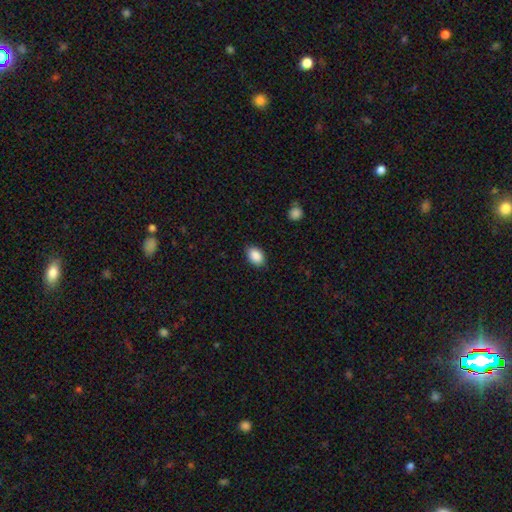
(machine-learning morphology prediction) Smooth or featured: smooth — 89% (star or artifact — 7%)
How rounded: in between — 86% (round — 12%)
Merging: none — 87% (minor disturbance — 10%)